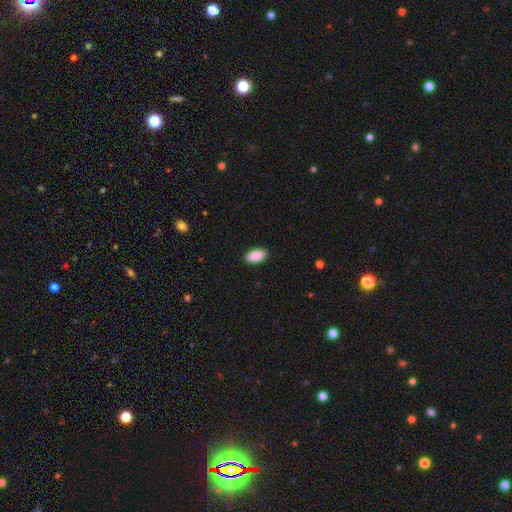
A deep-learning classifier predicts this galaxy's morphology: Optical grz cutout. It shows a smooth galaxy with no disk features (91%) that is in between round and cigar-shaped (95%). Merging: none (90%).